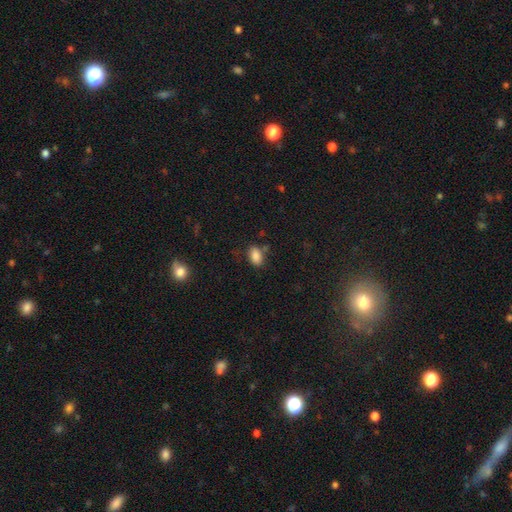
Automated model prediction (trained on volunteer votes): Smooth or featured?
  - smooth: 86% *
  - star or artifact: 9%
  - featured or disk: 5%
How rounded?
  - in between: 88% *
  - round: 11%
  - cigar-shaped: 2%
Merging?
  - none: 72% *
  - minor disturbance: 17%
  - merger: 6%
  - major disturbance: 5%